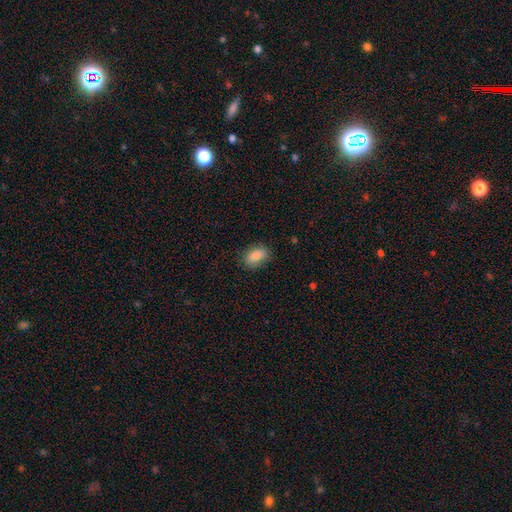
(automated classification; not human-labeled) This appears to be a smooth galaxy with no disk features (84%) that is in between round and cigar-shaped (86%). Merging: none (83%).